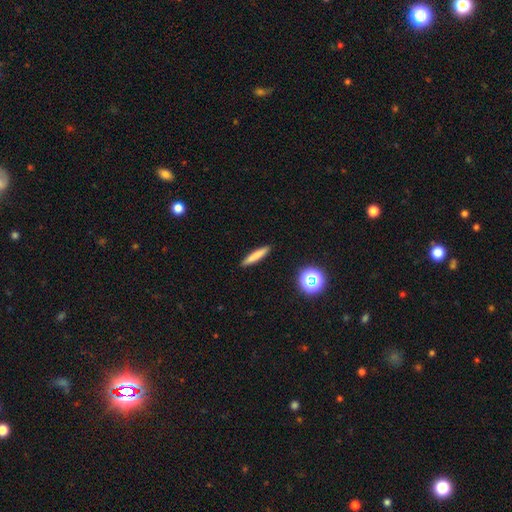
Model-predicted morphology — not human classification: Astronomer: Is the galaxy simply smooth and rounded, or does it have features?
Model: smooth — 76%.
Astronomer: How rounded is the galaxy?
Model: cigar-shaped — 90%.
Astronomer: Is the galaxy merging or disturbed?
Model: none — 91%.